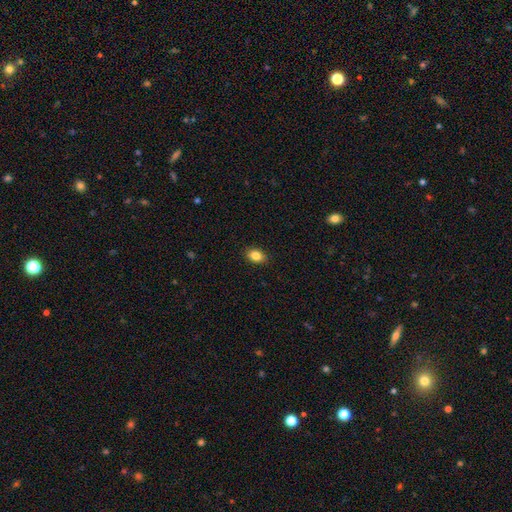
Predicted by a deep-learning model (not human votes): Smooth or featured: smooth — 85% (star or artifact — 9%)
How rounded: in between — 81% (round — 18%)
Merging: none — 89% (minor disturbance — 8%)